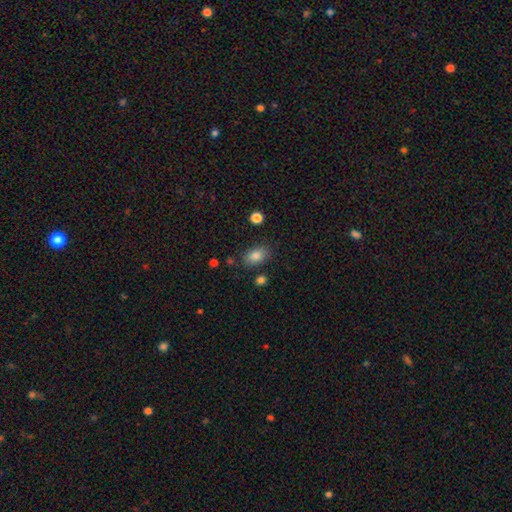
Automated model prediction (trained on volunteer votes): The model was most divided on "merging": none: 81%, minor disturbance: 12%, major disturbance: 4%, merger: 3%. More confident: how rounded — in between (85%); smooth or featured — smooth (84%).